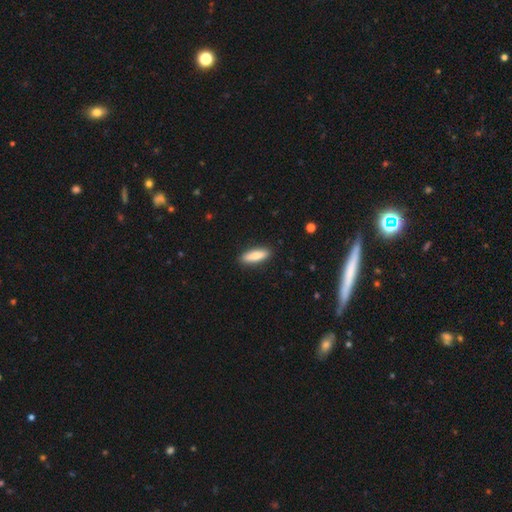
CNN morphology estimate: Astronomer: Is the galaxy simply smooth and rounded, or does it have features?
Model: smooth — 84%.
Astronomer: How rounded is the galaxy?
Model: in between — 49%, tied with cigar-shaped at 49%.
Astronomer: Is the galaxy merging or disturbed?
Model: none — 90%.